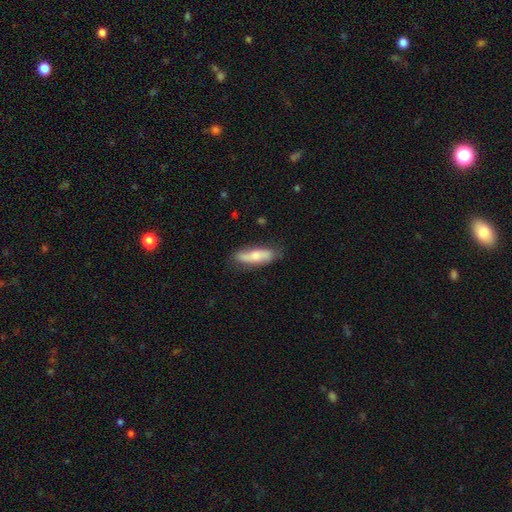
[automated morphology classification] Smooth or featured? smooth (65%)
How rounded? cigar-shaped (57%)
Merging? none (71%)